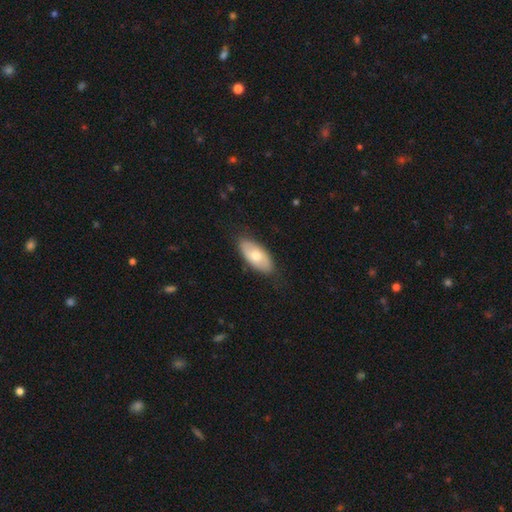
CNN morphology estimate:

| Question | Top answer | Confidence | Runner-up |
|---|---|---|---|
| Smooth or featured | smooth | 63% | featured or disk (31%) |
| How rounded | in between | 91% | cigar-shaped (6%) |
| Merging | none | 82% | minor disturbance (14%) |